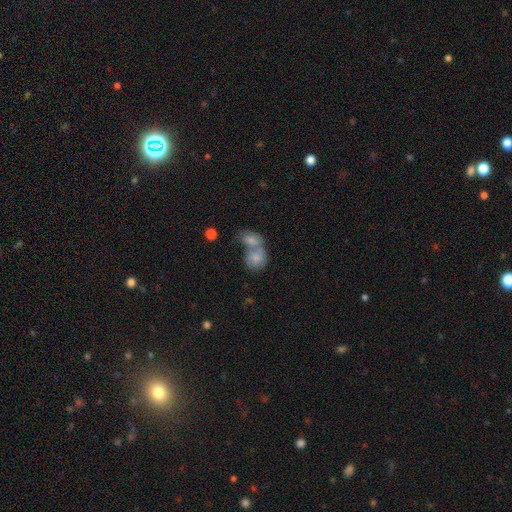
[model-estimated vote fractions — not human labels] Smooth or featured?
  - smooth: 77% *
  - featured or disk: 16%
  - star or artifact: 7%
How rounded?
  - round: 53% *
  - in between: 46%
  - cigar-shaped: 2%
Merging?
  - merger: 71% *
  - none: 19%
  - minor disturbance: 7%
  - major disturbance: 4%